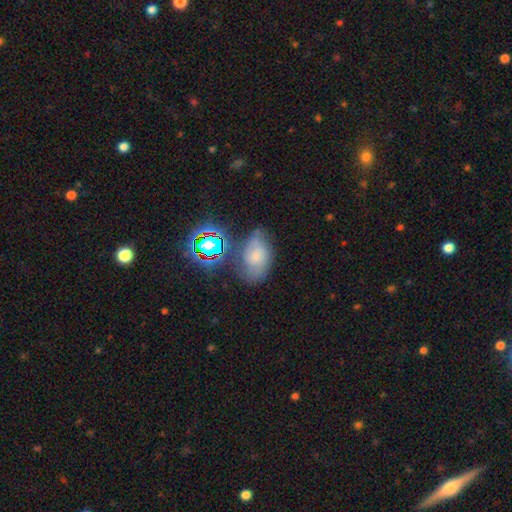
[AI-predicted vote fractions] A smooth galaxy with no disk features (46%).

Vote fractions:
- Smooth or featured? smooth: 46% / featured or disk: 33% / star or artifact: 21%
- Merging? none: 53% / minor disturbance: 29% / major disturbance: 12% / merger: 6%